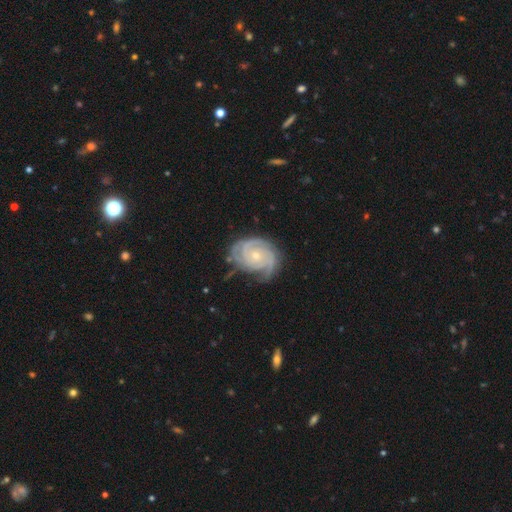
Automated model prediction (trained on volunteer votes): Smooth or featured? featured or disk (90%)
Edge-on disk? no (98%)
Bar? no (76%)
Spiral arms? yes (98%)
Spiral winding? tight (73%)
Spiral arm count? 3 (37%)
Bulge size? small (70%)
Merging? none (69%)